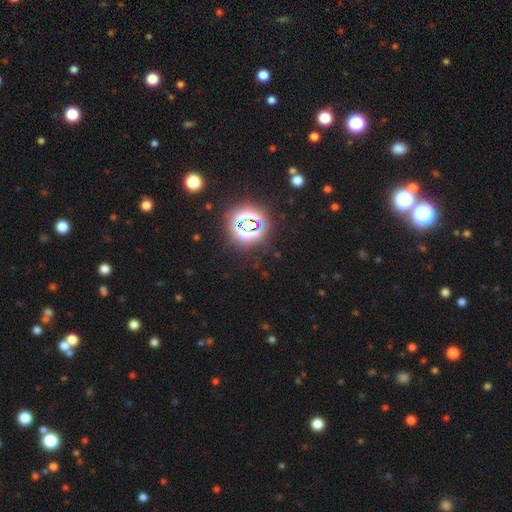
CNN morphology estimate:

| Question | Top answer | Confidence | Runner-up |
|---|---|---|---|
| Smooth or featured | star or artifact | 77% | smooth (17%) |